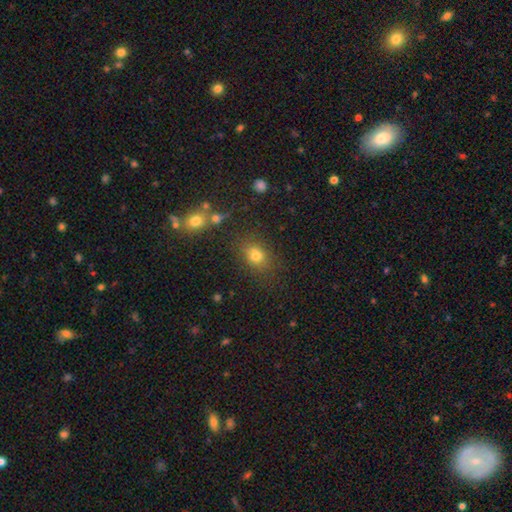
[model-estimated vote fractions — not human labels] smooth_or_featured: smooth (p=0.74) [alt: star or artifact p=0.17]
how_rounded: in between (p=0.57) [alt: round p=0.41]
merging: none (p=0.68) [alt: minor disturbance p=0.15]